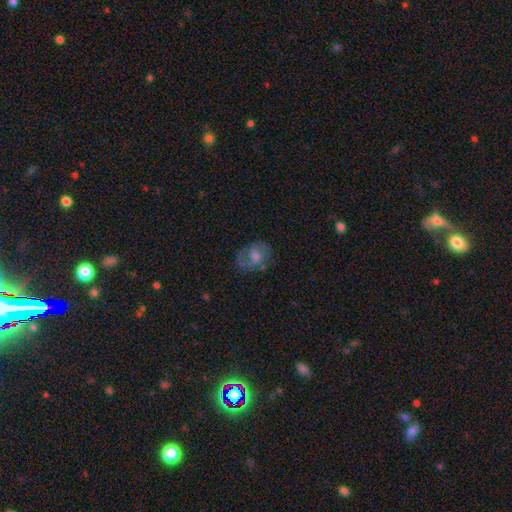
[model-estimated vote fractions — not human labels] Smooth or featured? featured or disk (64%)
Edge-on disk? no (96%)
Bar? no (51%)
Spiral arms? yes (79%)
Bulge size? moderate (53%)
Merging? none (72%)